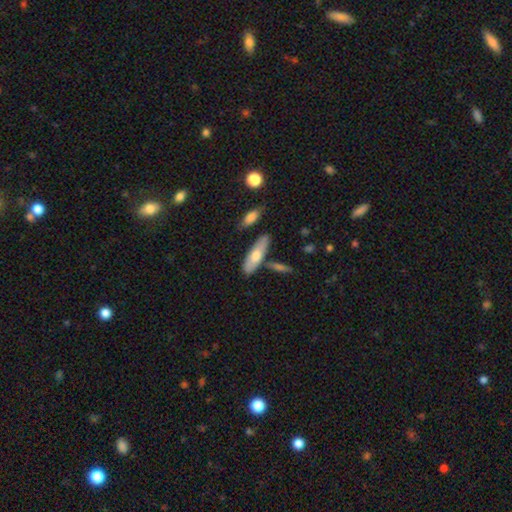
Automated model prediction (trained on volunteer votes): This appears to be a smooth galaxy with no disk features (65%) that is in between round and cigar-shaped (56%). Merging: none (71%).